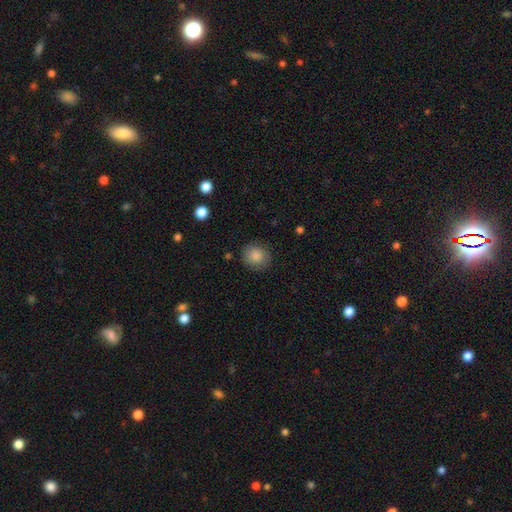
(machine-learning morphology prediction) Smooth or featured: smooth — 86% (star or artifact — 8%)
How rounded: round — 80% (in between — 19%)
Merging: none — 86% (minor disturbance — 10%)